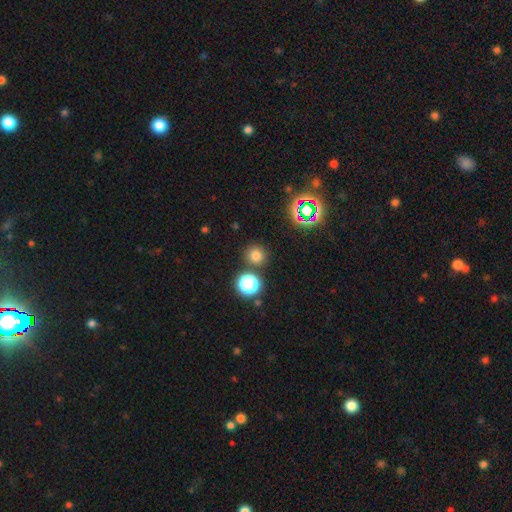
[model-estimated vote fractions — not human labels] Smooth or featured?
  - smooth: 73% *
  - star or artifact: 21%
  - featured or disk: 6%
How rounded?
  - round: 94% *
  - in between: 5%
  - cigar-shaped: 1%
Merging?
  - none: 85% *
  - minor disturbance: 6%
  - merger: 6%
  - major disturbance: 2%